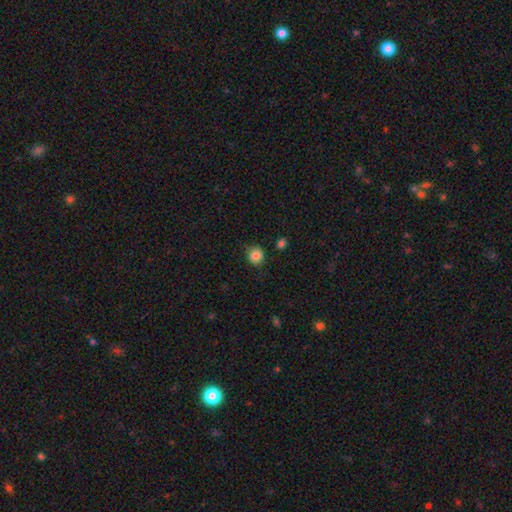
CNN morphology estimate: This is clearly a smooth galaxy (84%). How rounded: clearly round (83%). Merging: likely none (79%).